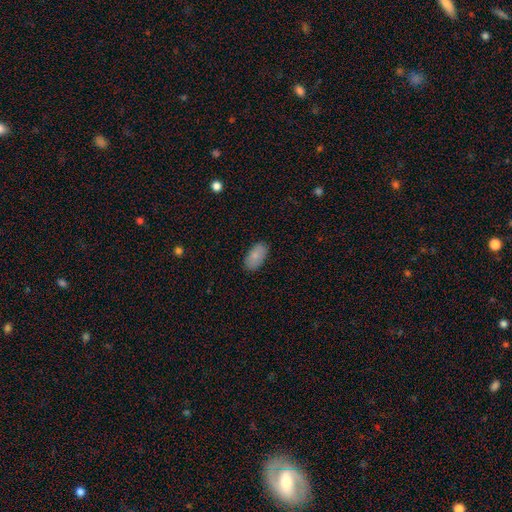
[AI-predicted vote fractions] This is clearly a smooth galaxy (86%). How rounded: clearly in between (94%). Merging: clearly none (86%).